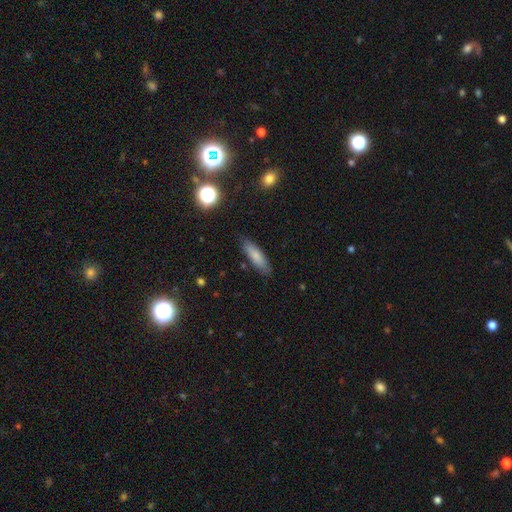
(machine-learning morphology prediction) A smooth galaxy with no disk features (78%) that is cigar-shaped (57%). Merging: none (83%).